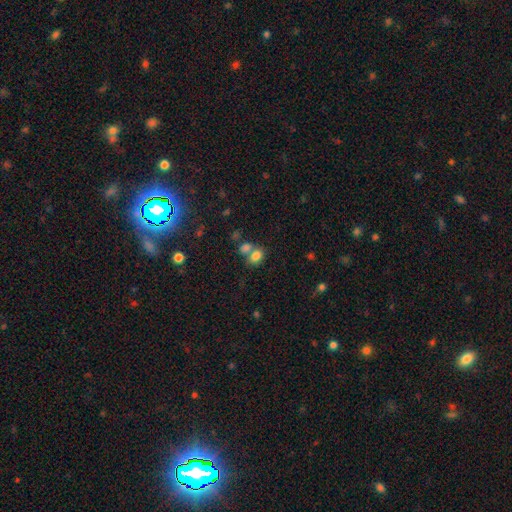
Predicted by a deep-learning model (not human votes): Q: Smooth or featured?
A: smooth (81%); runner-up: star or artifact (11%)
Q: How rounded?
A: in between (73%); runner-up: round (25%)
Q: Merging?
A: merger (46%); runner-up: none (40%)